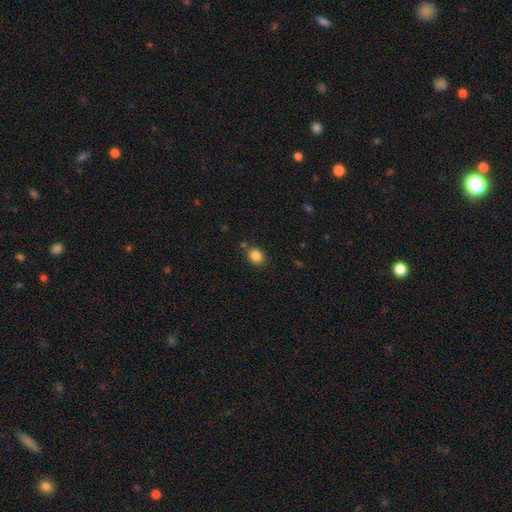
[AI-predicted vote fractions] A smooth galaxy with no disk features (85%) that is round (53%). Merging: none (81%).